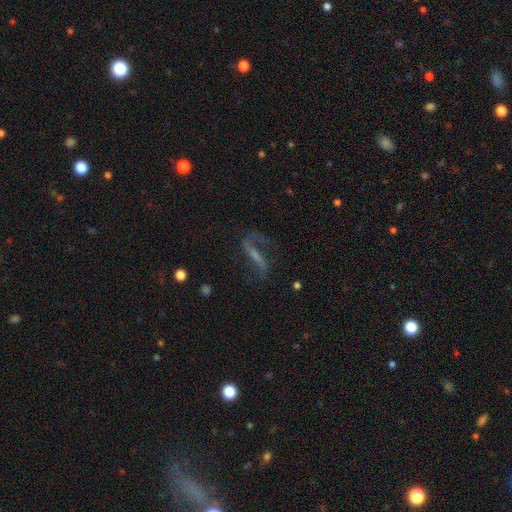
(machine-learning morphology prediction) A featured or disk galaxy (69%) with a strong bar (57%), spiral arms (86%) and no central bulge (44%).

Vote fractions:
- Smooth or featured? featured or disk: 69% / smooth: 19% / star or artifact: 12%
- Edge-on disk? no: 77% / yes: 23%
- Bar? strong: 57% / weak: 26% / no: 18%
- Spiral arms? yes: 86% / no: 14%
- Bulge size? none: 44% / small: 35% / moderate: 15% / large: 4% / dominant: 2%
- Merging? none: 62% / major disturbance: 19% / minor disturbance: 16% / merger: 3%